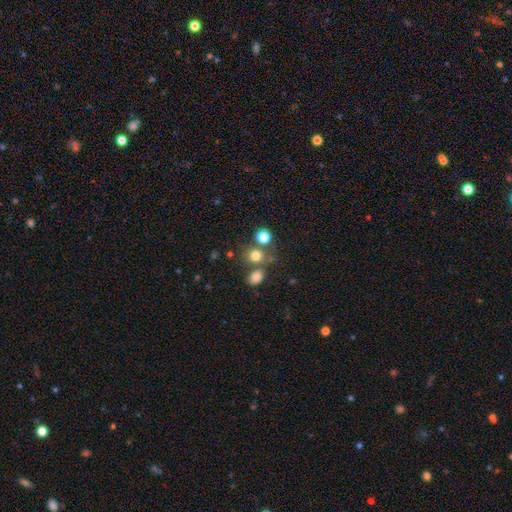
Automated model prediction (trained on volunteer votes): Overall: smooth (76%). How rounded: round (81%). Merging: none (64%).